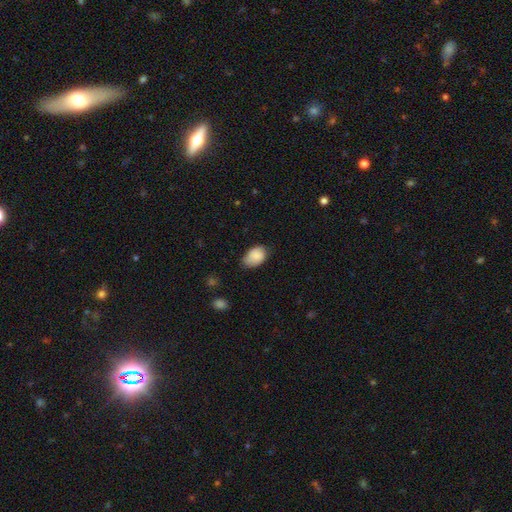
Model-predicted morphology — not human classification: Smooth or featured?
  - smooth: 86% *
  - featured or disk: 7%
  - star or artifact: 7%
How rounded?
  - in between: 87% *
  - round: 12%
  - cigar-shaped: 1%
Merging?
  - none: 63% *
  - minor disturbance: 30%
  - major disturbance: 5%
  - merger: 1%